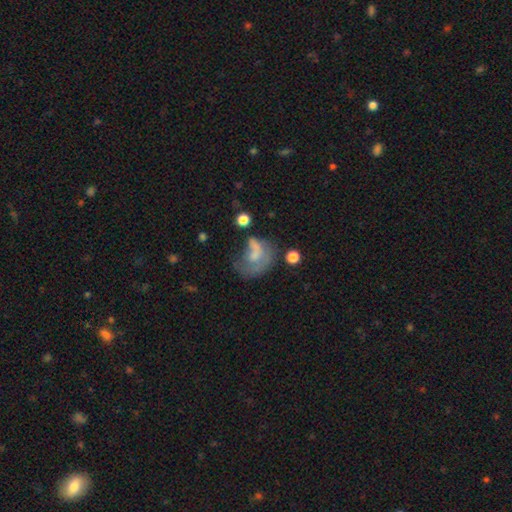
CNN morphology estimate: featured or disk 44%, smooth 40%, star or artifact 16%. Down the decision tree: merging — major disturbance (46%).